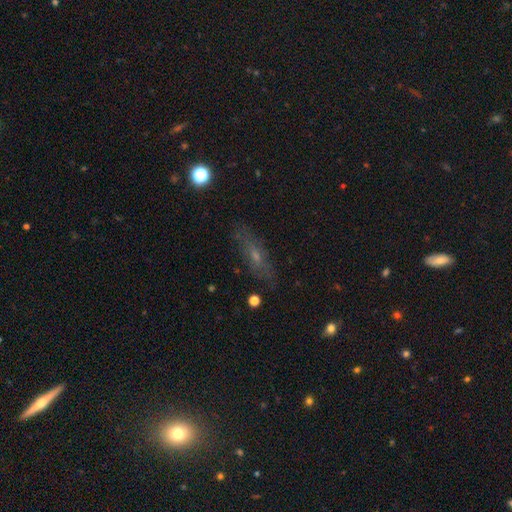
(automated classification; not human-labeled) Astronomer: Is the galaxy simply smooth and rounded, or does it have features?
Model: featured or disk — 43% (runner-up: smooth, 42%).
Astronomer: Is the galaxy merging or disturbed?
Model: none — 79%.